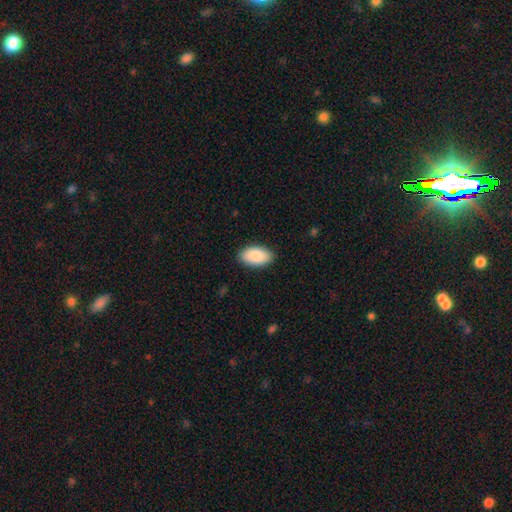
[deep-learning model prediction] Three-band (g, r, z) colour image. It shows a smooth galaxy with no disk features (89%) that is in between round and cigar-shaped (95%). Merging: none (88%).